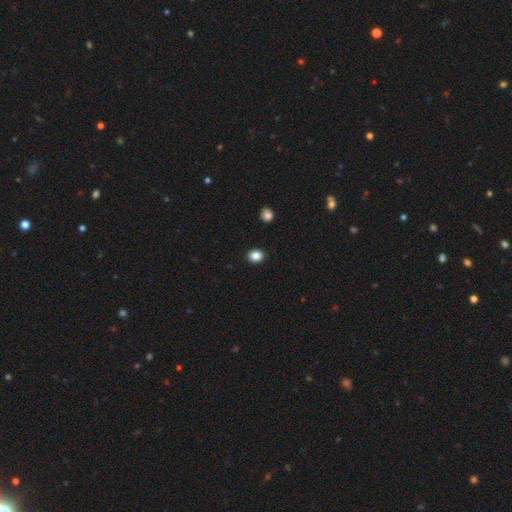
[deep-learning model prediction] Smooth or featured: smooth — 86% (star or artifact — 10%)
How rounded: round — 65% (in between — 34%)
Merging: none — 91% (minor disturbance — 6%)